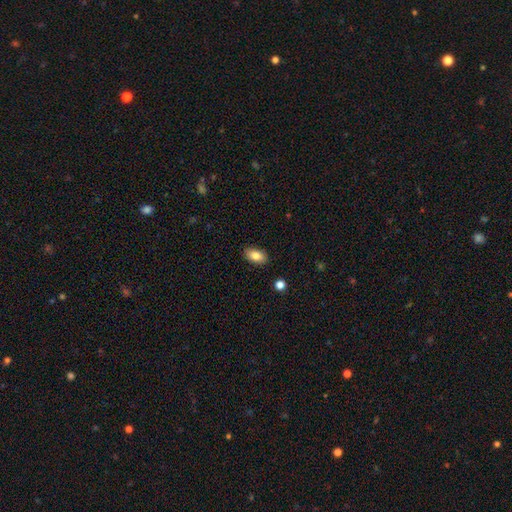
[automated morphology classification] Smooth or featured?
  - smooth: 85% *
  - star or artifact: 8%
  - featured or disk: 8%
How rounded?
  - in between: 92% *
  - round: 6%
  - cigar-shaped: 2%
Merging?
  - none: 88% *
  - minor disturbance: 9%
  - major disturbance: 2%
  - merger: 1%